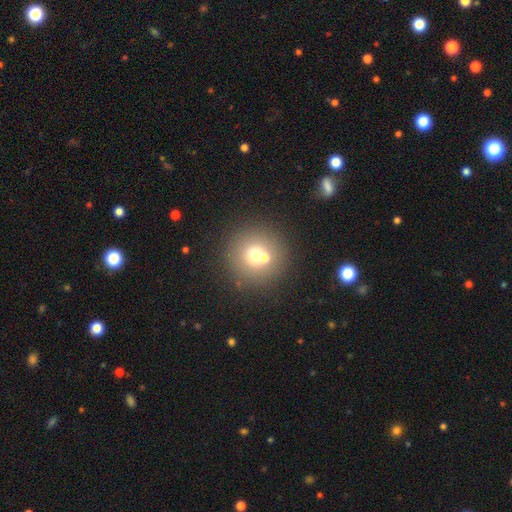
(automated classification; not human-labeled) Overall: smooth (65%). How rounded: round (95%). Merging: none (63%; merger 28%).